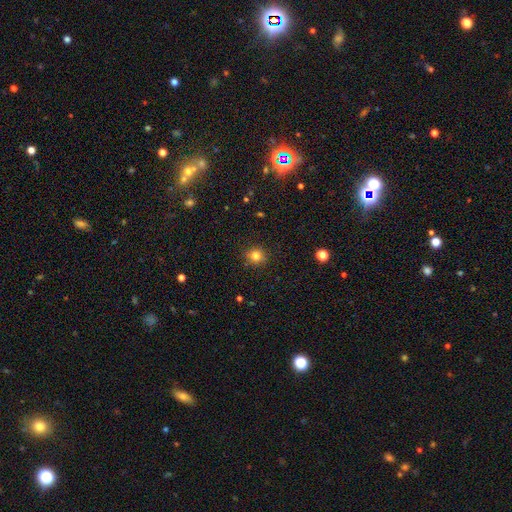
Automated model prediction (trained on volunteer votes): Smooth or featured: smooth — 81% (star or artifact — 13%)
How rounded: round — 89% (in between — 10%)
Merging: none — 89% (minor disturbance — 8%)